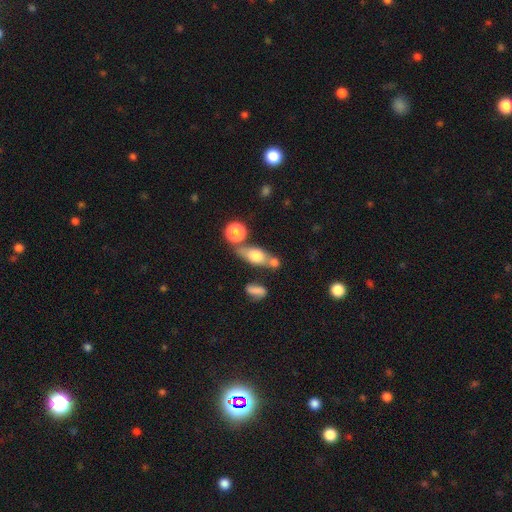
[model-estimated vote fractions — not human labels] smooth 58%, featured or disk 32%, star or artifact 10%. Down the decision tree: how rounded — in between (58%); merging — none (55%).